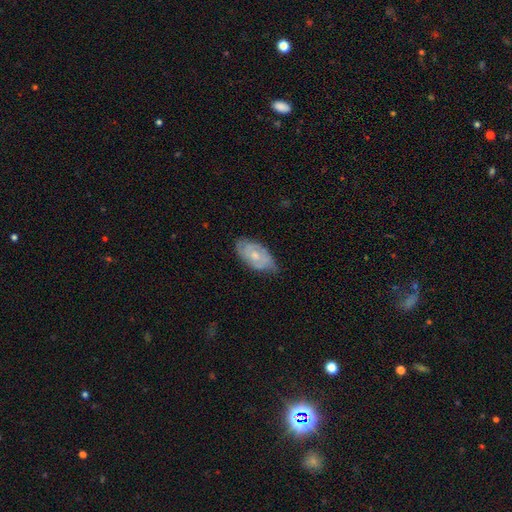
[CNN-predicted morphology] The model was most divided on "bulge size": moderate: 52%, small: 42%, none: 3%, large: 2%, dominant: 1%. More confident: edge-on disk — no (92%); bar — no (78%); spiral arms — yes (71%); merging — none (67%); smooth or featured — featured or disk (59%).